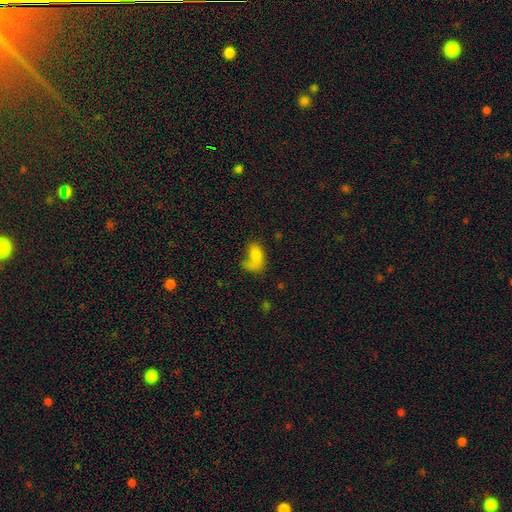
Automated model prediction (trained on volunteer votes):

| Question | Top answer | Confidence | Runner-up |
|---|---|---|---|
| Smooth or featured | smooth | 74% | featured or disk (16%) |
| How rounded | in between | 87% | round (9%) |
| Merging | none | 32% | merger (26%) |